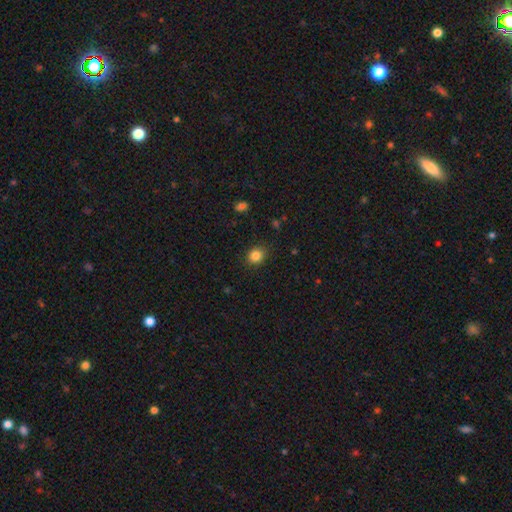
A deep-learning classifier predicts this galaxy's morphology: A smooth galaxy with no disk features (84%) that is round (73%).

Vote fractions:
- Smooth or featured? smooth: 84% / star or artifact: 11% / featured or disk: 5%
- How rounded? round: 73% / in between: 26% / cigar-shaped: 1%
- Merging? none: 87% / minor disturbance: 9% / major disturbance: 3% / merger: 1%